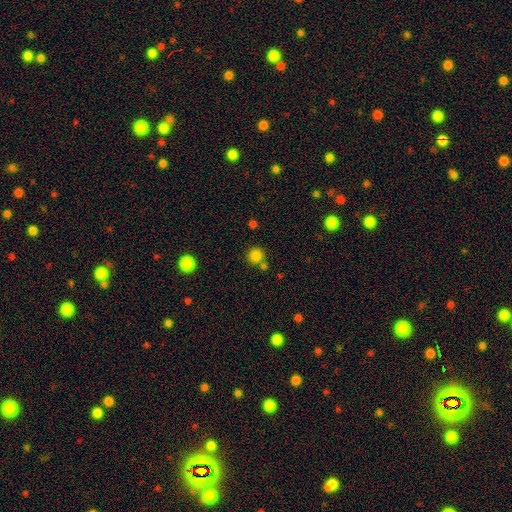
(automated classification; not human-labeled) smooth 82%, star or artifact 13%, featured or disk 4%. Down the decision tree: how rounded — round (92%); merging — none (72%).